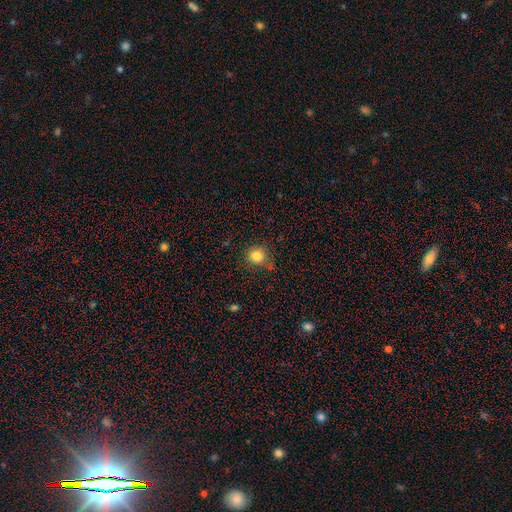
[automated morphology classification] A smooth galaxy with no disk features (82%) that is round (84%).

Vote fractions:
- Smooth or featured? smooth: 82% / star or artifact: 11% / featured or disk: 6%
- How rounded? round: 84% / in between: 15% / cigar-shaped: 1%
- Merging? none: 73% / minor disturbance: 20% / major disturbance: 5% / merger: 3%